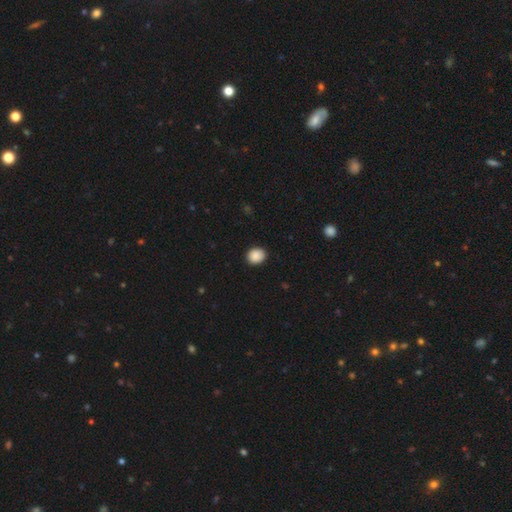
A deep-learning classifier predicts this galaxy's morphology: This is clearly a smooth galaxy (89%). How rounded: possibly round (59%). Merging: clearly none (90%).